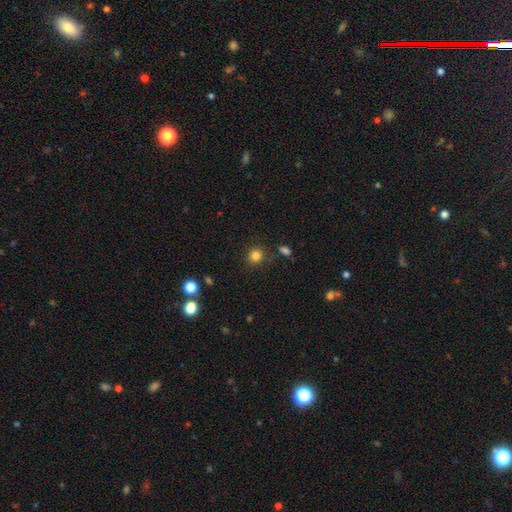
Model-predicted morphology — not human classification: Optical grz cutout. It shows a smooth galaxy with no disk features (83%) that is round (87%). Merging: none (85%).